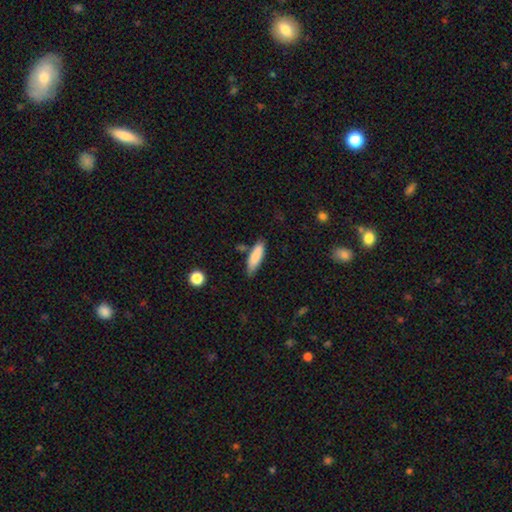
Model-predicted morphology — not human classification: Q: Smooth or featured?
A: smooth (85%); runner-up: featured or disk (9%)
Q: How rounded?
A: cigar-shaped (55%); runner-up: in between (44%)
Q: Merging?
A: none (70%); runner-up: minor disturbance (21%)